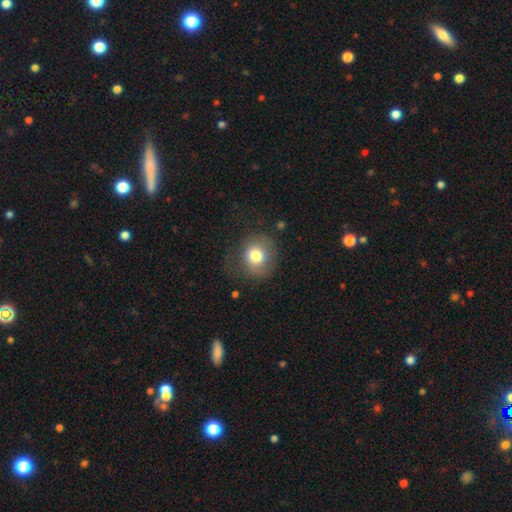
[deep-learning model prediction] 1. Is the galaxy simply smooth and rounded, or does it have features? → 75% smooth, 15% featured or disk, 10% star or artifact.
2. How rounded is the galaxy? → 84% round, 16% in between, 1% cigar-shaped.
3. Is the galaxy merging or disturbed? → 64% none, 21% minor disturbance, 14% major disturbance, 2% merger.